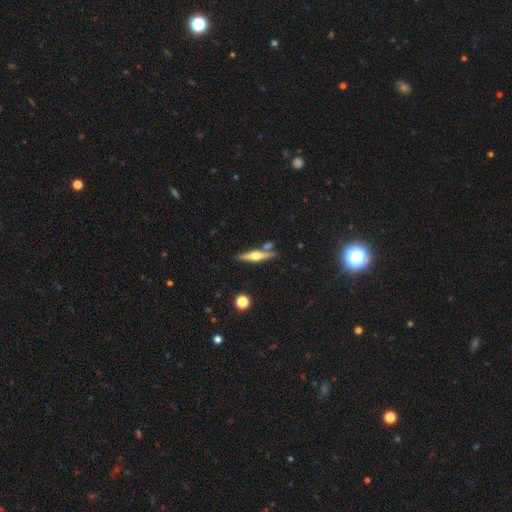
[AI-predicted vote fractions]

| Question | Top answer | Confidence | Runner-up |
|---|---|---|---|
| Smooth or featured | featured or disk | 71% | smooth (23%) |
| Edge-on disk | yes | 97% | no (3%) |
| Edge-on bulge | rounded | 94% | boxy (4%) |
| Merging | none | 77% | merger (10%) |